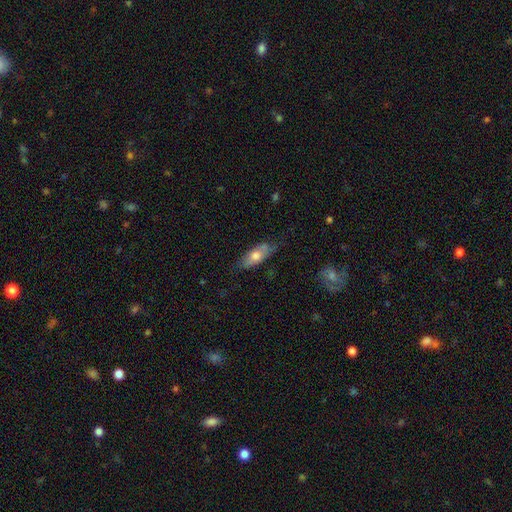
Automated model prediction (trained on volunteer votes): smooth-or-featured: smooth: 62% | featured or disk: 32% | star or artifact: 6%
  how-rounded: in between: 73% | cigar-shaped: 24% | round: 3%
  merging: none: 65% | minor disturbance: 26% | major disturbance: 6% | merger: 2%